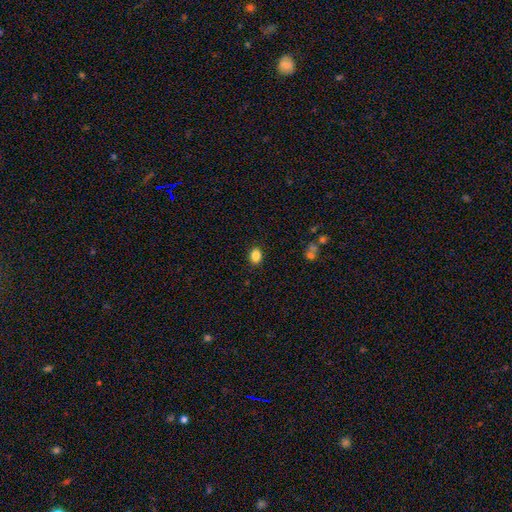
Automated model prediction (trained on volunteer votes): Smooth or featured: smooth — 86% (star or artifact — 9%)
How rounded: in between — 67% (round — 32%)
Merging: none — 89% (minor disturbance — 8%)